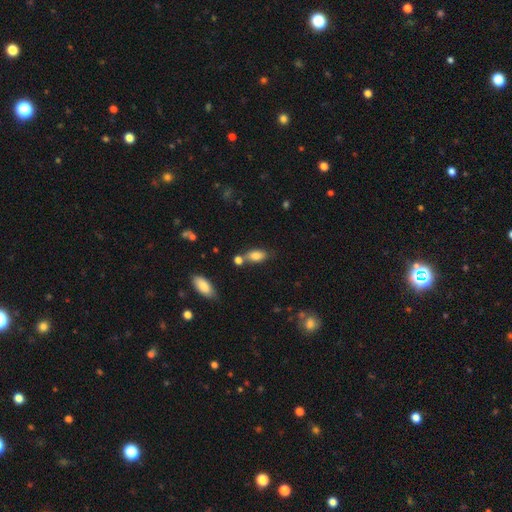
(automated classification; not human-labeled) smooth 81%, featured or disk 10%, star or artifact 9%. Down the decision tree: how rounded — in between (88%); merging — none (56%).